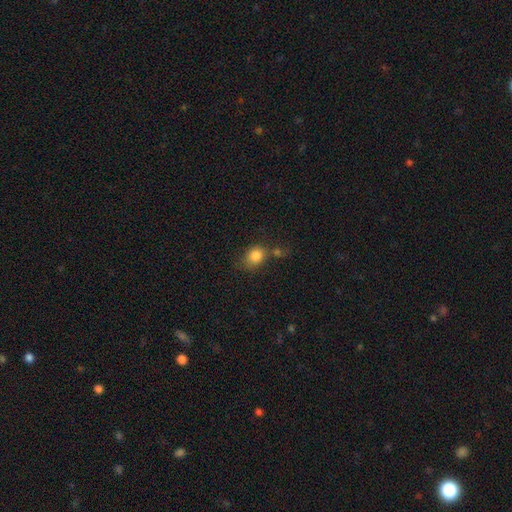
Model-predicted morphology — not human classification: A smooth galaxy with no disk features (84%) that is round (55%). Merging: none (49%).